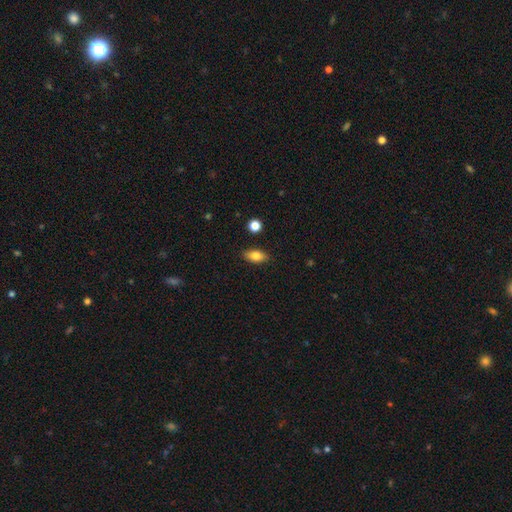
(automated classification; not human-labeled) Morphology: type=smooth (80%); roundness=in between (85%); merging=none (87%).